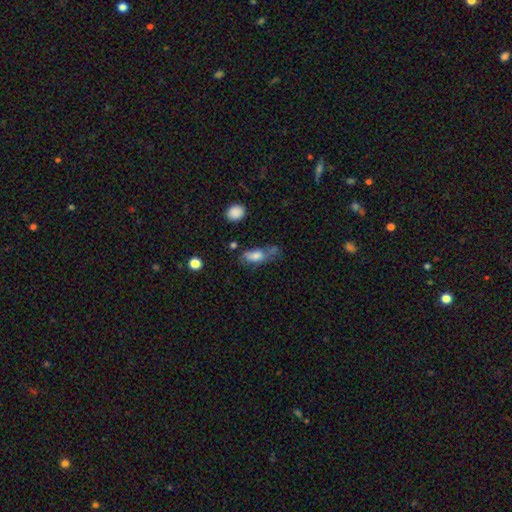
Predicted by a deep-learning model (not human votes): Smooth or featured: smooth — 72% (featured or disk — 18%)
How rounded: in between — 77% (cigar-shaped — 16%)
Merging: none — 35% (minor disturbance — 27%)